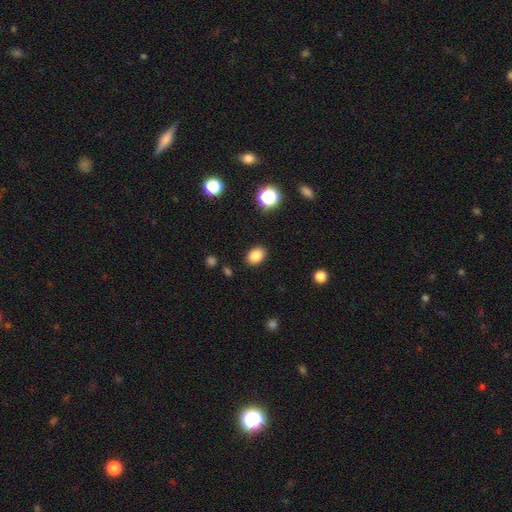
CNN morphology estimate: A smooth galaxy with no disk features (84%) that is in between round and cigar-shaped (73%).

Vote fractions:
- Smooth or featured? smooth: 84% / star or artifact: 10% / featured or disk: 5%
- How rounded? in between: 73% / round: 26% / cigar-shaped: 1%
- Merging? none: 88% / minor disturbance: 8% / major disturbance: 2% / merger: 1%